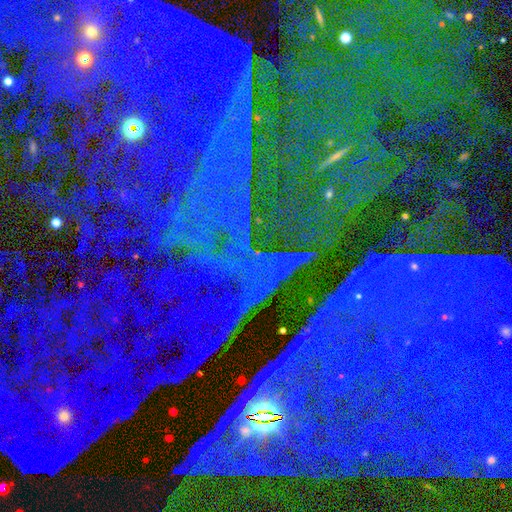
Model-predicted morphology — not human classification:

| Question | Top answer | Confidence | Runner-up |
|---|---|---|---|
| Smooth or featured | star or artifact | 87% | featured or disk (7%) |